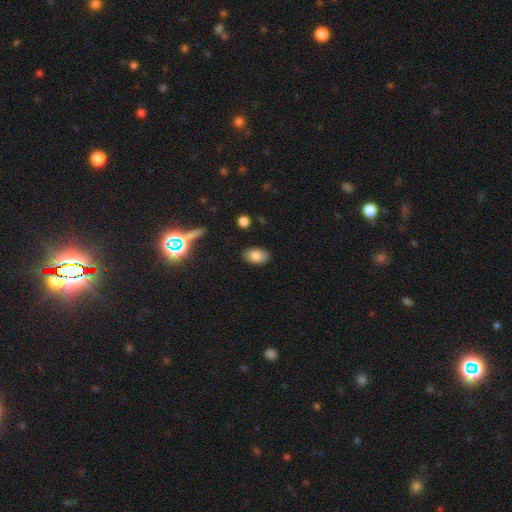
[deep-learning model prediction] smooth-or-featured: smooth: 81% | featured or disk: 10% | star or artifact: 9%
  how-rounded: in between: 92% | round: 7% | cigar-shaped: 2%
  merging: none: 87% | minor disturbance: 9% | major disturbance: 2% | merger: 1%